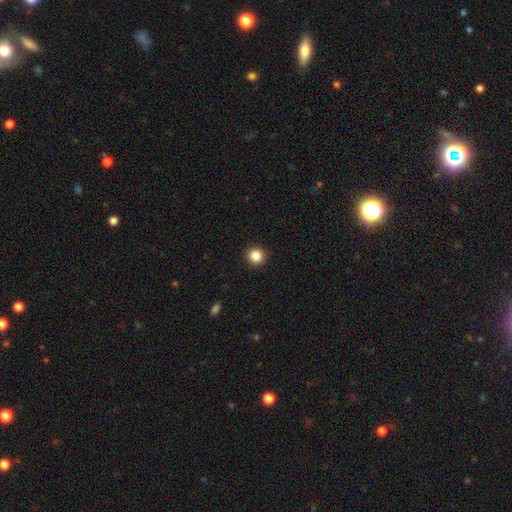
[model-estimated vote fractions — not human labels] Smooth or featured: smooth — 85% (star or artifact — 11%)
How rounded: round — 94% (in between — 5%)
Merging: none — 93% (minor disturbance — 4%)